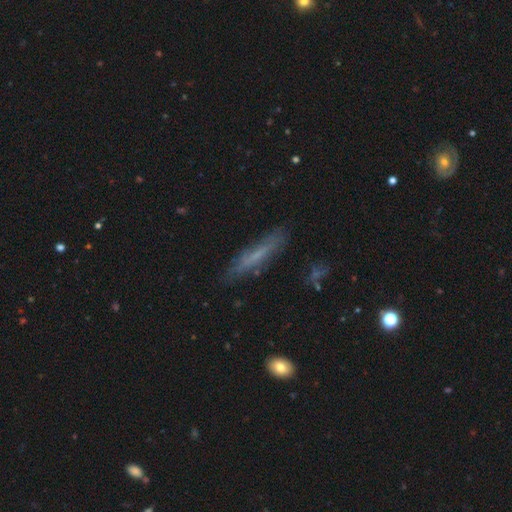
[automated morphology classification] Smooth or featured?
  - featured or disk: 47% *
  - smooth: 44%
  - star or artifact: 9%
Merging?
  - none: 78% *
  - minor disturbance: 16%
  - major disturbance: 4%
  - merger: 2%